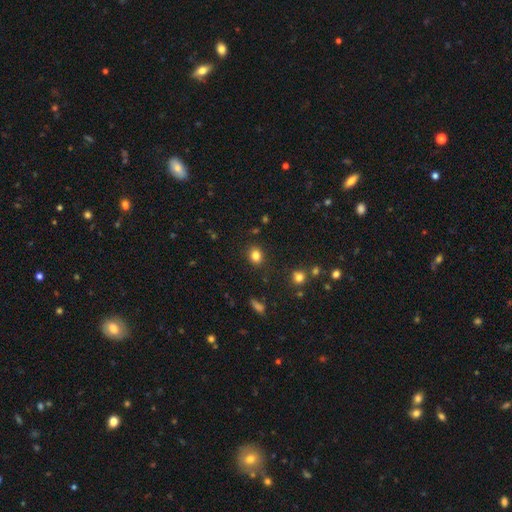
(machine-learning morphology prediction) Q: Smooth or featured?
A: smooth (82%); runner-up: star or artifact (12%)
Q: How rounded?
A: round (62%); runner-up: in between (37%)
Q: Merging?
A: none (88%); runner-up: minor disturbance (8%)